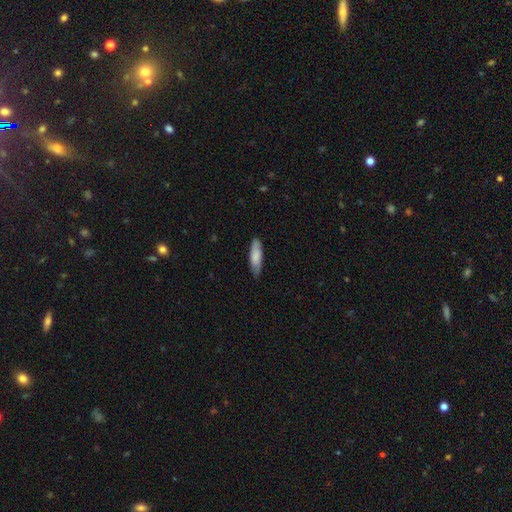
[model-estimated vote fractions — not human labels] Smooth or featured?
  - smooth: 79% *
  - featured or disk: 16%
  - star or artifact: 5%
How rounded?
  - cigar-shaped: 55% *
  - in between: 44%
  - round: 1%
Merging?
  - none: 80% *
  - minor disturbance: 17%
  - major disturbance: 2%
  - merger: 1%